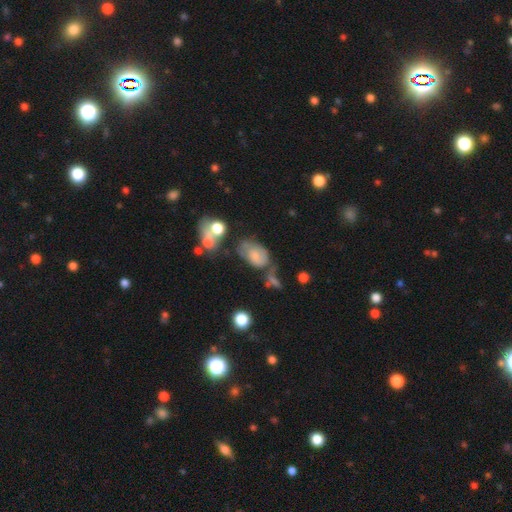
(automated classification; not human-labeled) smooth_or_featured: smooth (p=0.56) [alt: featured or disk p=0.33]
how_rounded: in between (p=0.84) [alt: round p=0.14]
merging: none (p=0.36) [alt: minor disturbance p=0.28]